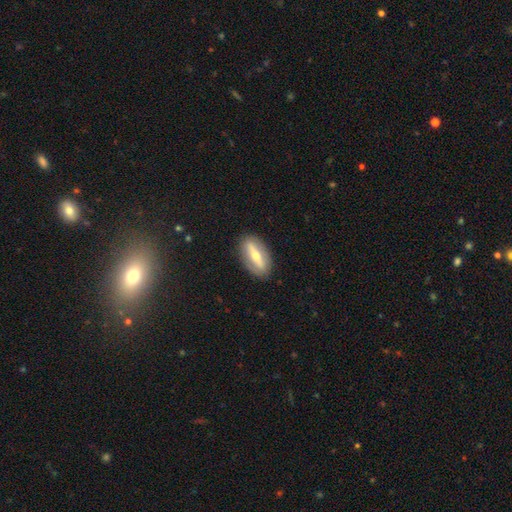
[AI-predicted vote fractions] This is possibly a featured or disk galaxy (58%). It is possibly not viewed edge-on (53%). Merging: clearly none (87%).